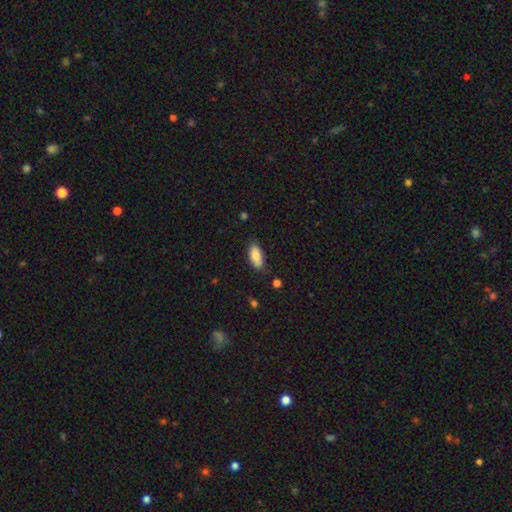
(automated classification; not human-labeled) Q: Smooth or featured?
A: smooth (88%); runner-up: star or artifact (7%)
Q: How rounded?
A: in between (87%); runner-up: cigar-shaped (11%)
Q: Merging?
A: none (80%); runner-up: minor disturbance (16%)